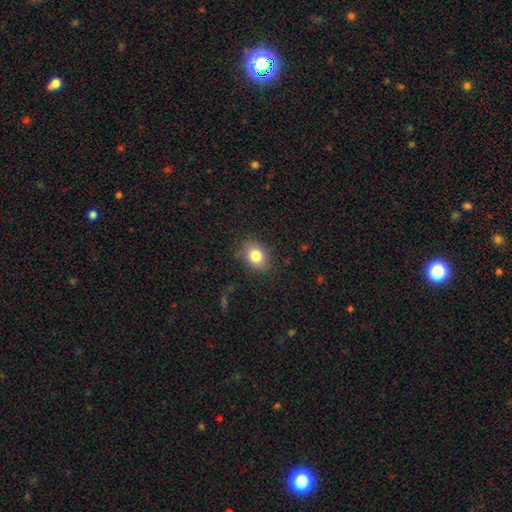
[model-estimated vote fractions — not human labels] Smooth or featured? smooth (81%)
How rounded? in between (56%)
Merging? none (83%)